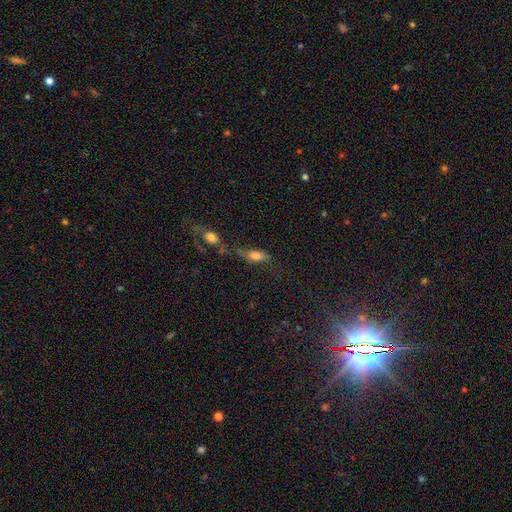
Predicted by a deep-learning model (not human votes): This is likely a smooth galaxy (67%). How rounded: likely in between (74%). Merging: marginally none (36%).